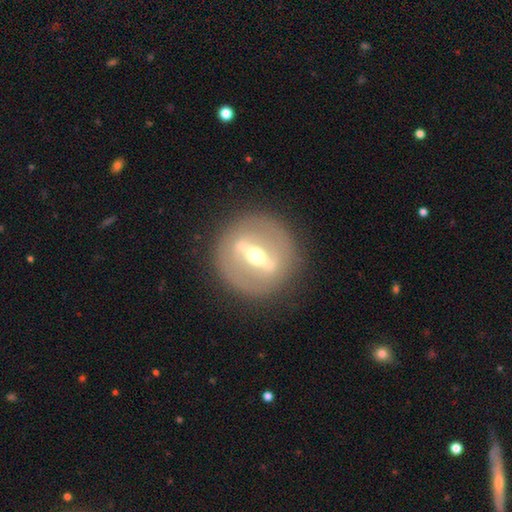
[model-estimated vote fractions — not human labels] A featured or disk galaxy (82%).

Vote fractions:
- Smooth or featured? featured or disk: 82% / smooth: 12% / star or artifact: 6%
- Edge-on disk? no: 56% / yes: 44%
- Merging? none: 87% / minor disturbance: 8% / major disturbance: 4% / merger: 1%